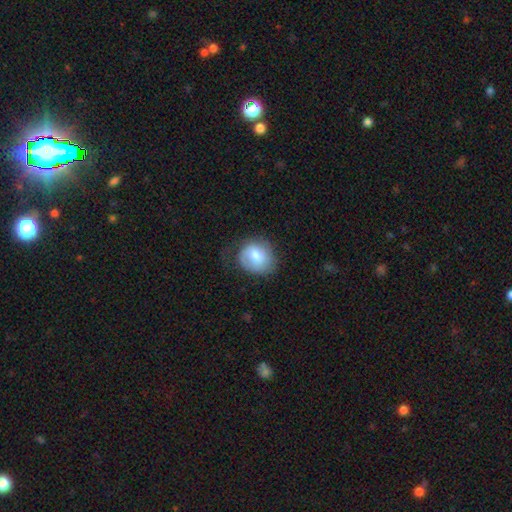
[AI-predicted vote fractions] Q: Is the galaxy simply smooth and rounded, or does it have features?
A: smooth — 68%.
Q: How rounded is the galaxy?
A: round — 73%.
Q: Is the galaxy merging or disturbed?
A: none — 60%.